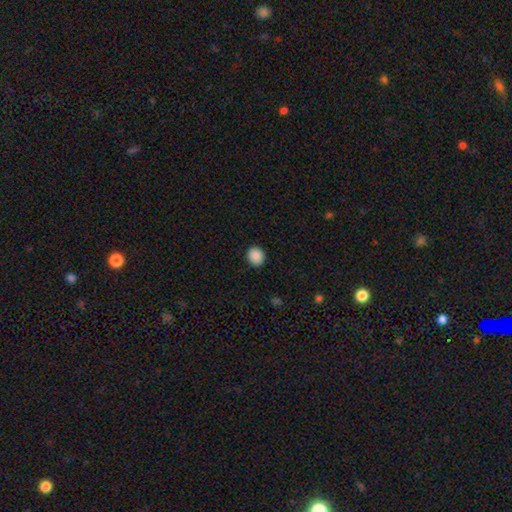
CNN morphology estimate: This appears to be a smooth galaxy with no disk features (89%) that is round (84%). Merging: none (90%).